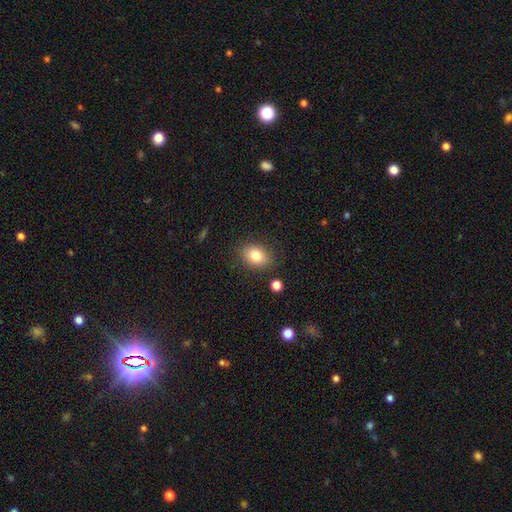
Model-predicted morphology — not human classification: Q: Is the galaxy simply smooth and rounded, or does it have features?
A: smooth — 81%.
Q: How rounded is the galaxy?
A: in between — 71%.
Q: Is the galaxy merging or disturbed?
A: none — 84%.